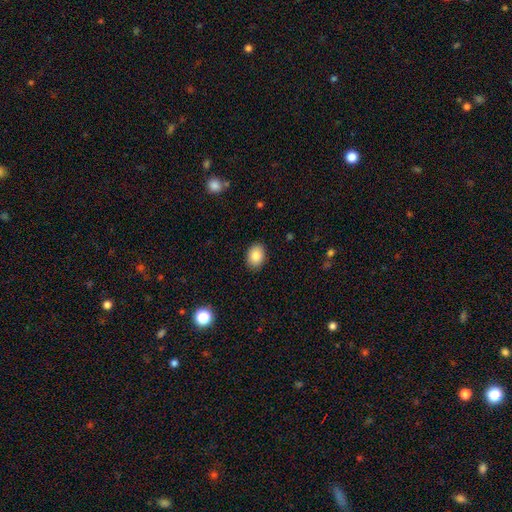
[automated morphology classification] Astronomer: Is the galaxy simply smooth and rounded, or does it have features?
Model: smooth — 87%.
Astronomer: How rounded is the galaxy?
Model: in between — 76%.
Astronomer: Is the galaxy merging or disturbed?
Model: none — 89%.